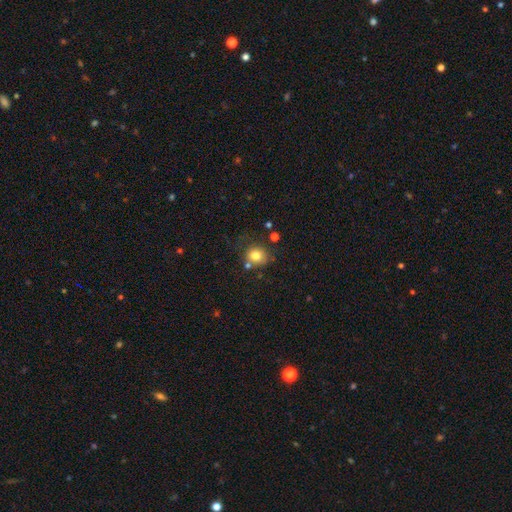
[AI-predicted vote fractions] This appears to be a smooth galaxy with no disk features (79%) that is round (78%). Merging: none (65%).